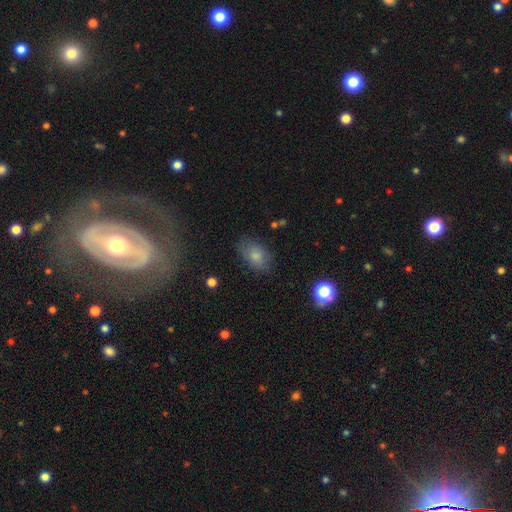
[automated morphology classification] Smooth or featured? smooth (80%)
How rounded? in between (86%)
Merging? none (73%)